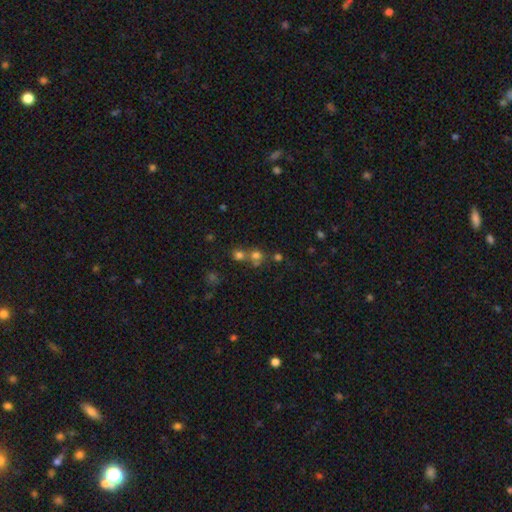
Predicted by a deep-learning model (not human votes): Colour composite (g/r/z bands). It shows a smooth galaxy with no disk features (66%) that is round (87%). Merging: none (51%).